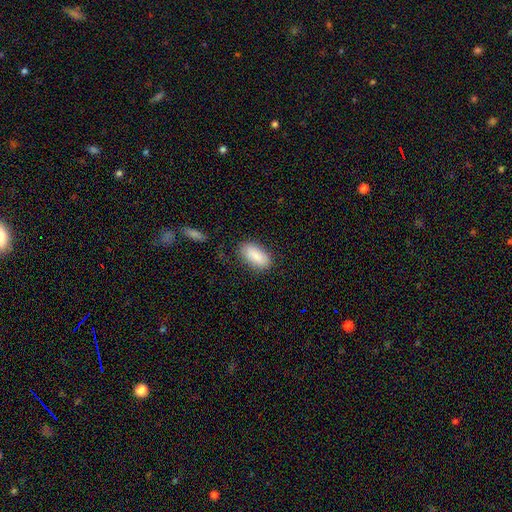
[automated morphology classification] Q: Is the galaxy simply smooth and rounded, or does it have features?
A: smooth — 88%.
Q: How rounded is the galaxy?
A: in between — 90%.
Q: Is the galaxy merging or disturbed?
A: none — 80%.